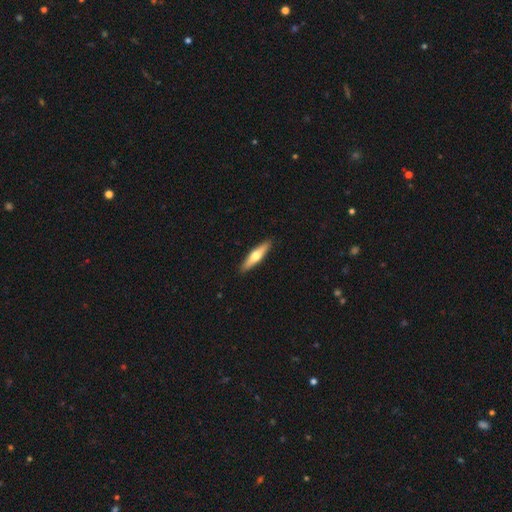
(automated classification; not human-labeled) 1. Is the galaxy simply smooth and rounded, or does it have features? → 48% smooth, 47% featured or disk, 5% star or artifact.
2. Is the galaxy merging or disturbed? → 91% none, 6% minor disturbance, 1% major disturbance, 1% merger.